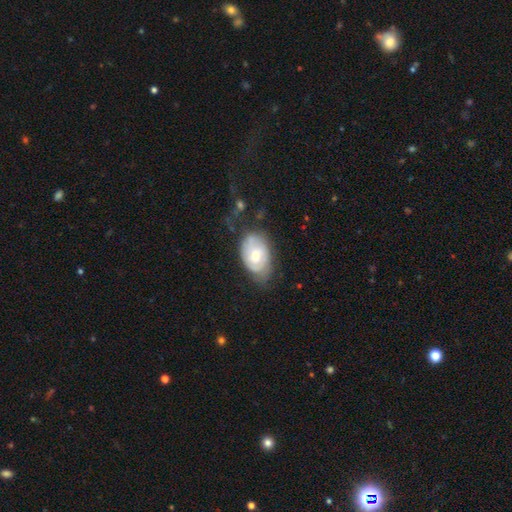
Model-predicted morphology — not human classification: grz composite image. It shows a featured or disk galaxy (57%) with no bar (69%), spiral arms (77%) and a moderate central bulge (56%). Merging: none (55%).